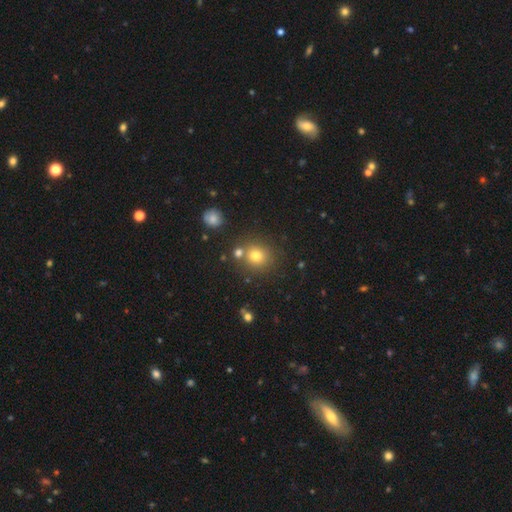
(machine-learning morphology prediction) Overall: smooth (74%). How rounded: round (88%). Merging: none (76%).